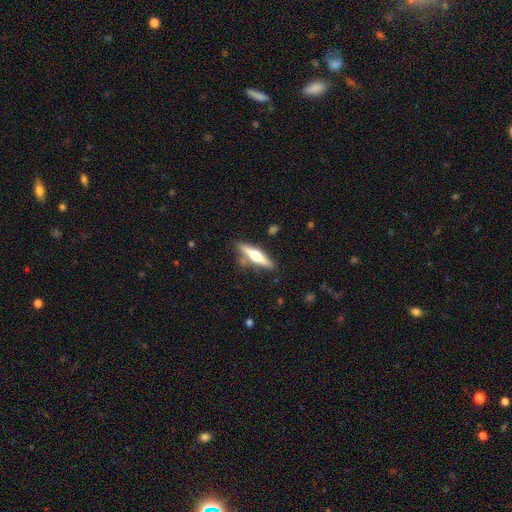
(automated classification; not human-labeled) The model was most divided on "smooth or featured": featured or disk: 56%, smooth: 39%, star or artifact: 5%. More confident: edge-on disk — yes (95%); edge-on bulge — rounded (93%); merging — none (81%).